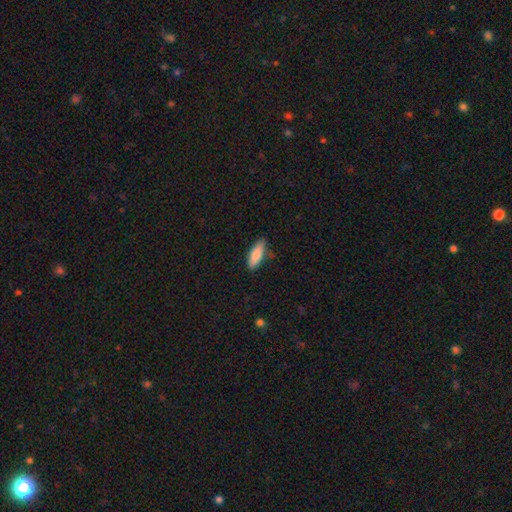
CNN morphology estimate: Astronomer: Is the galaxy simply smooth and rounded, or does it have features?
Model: smooth — 86%.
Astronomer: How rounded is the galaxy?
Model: in between — 61% (runner-up: cigar-shaped, 37%).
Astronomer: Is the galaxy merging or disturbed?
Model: none — 75%.